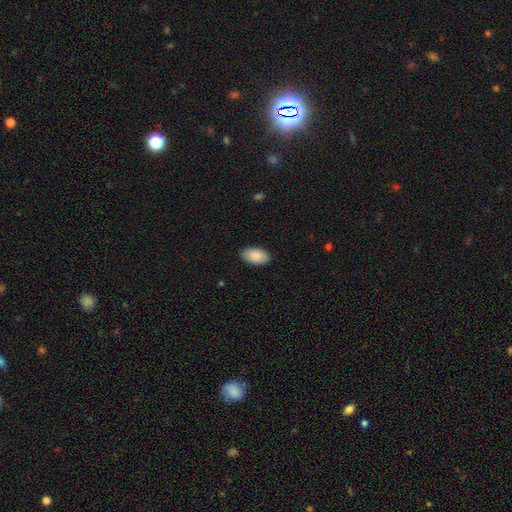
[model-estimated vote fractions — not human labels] Smooth or featured: smooth — 89% (star or artifact — 6%)
How rounded: in between — 95% (round — 4%)
Merging: none — 88% (minor disturbance — 9%)